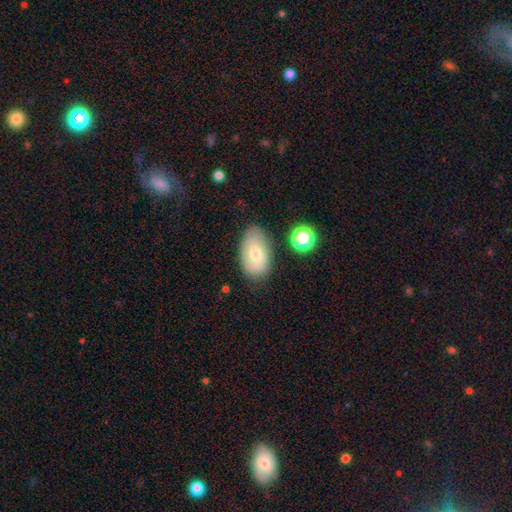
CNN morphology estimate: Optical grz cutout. It shows a smooth galaxy with no disk features (69%) that is in between round and cigar-shaped (93%). Merging: none (74%).